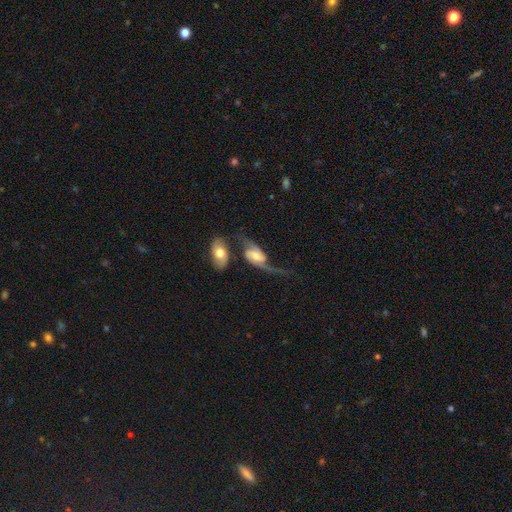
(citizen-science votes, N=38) Volunteers were most divided on "bar": weak: 38%, strong: 31%, no: 31%. Remaining: edge-on disk — no (100%); spiral arm count — 2 (97%); spiral arms — yes (94%); smooth or featured — featured or disk (84%); spiral winding — loose (47%); bulge size — moderate (44%); merging — none (38%).